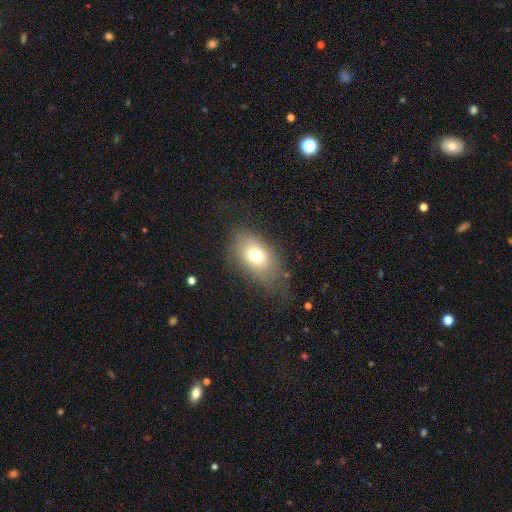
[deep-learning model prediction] Smooth or featured?
  - smooth: 72% *
  - featured or disk: 17%
  - star or artifact: 12%
How rounded?
  - in between: 80% *
  - round: 18%
  - cigar-shaped: 2%
Merging?
  - none: 64% *
  - minor disturbance: 22%
  - major disturbance: 13%
  - merger: 2%